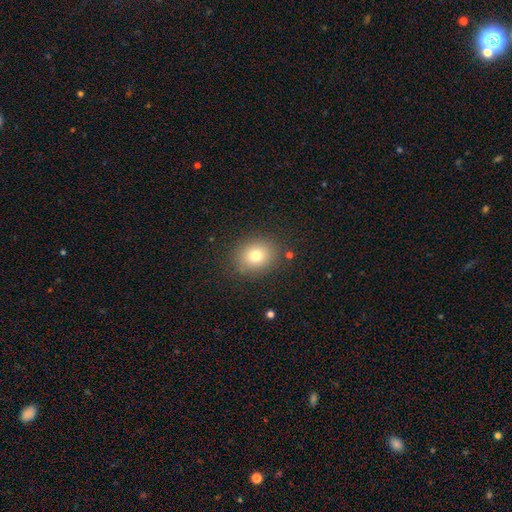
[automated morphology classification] Overall: smooth (77%). How rounded: round (63%; in between 36%). Merging: none (85%).